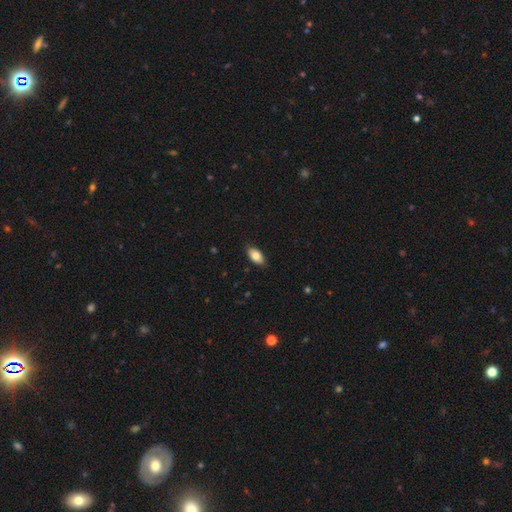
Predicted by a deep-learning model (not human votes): Q: Smooth or featured?
A: smooth (81%); runner-up: featured or disk (13%)
Q: How rounded?
A: in between (92%); runner-up: round (4%)
Q: Merging?
A: none (86%); runner-up: minor disturbance (11%)